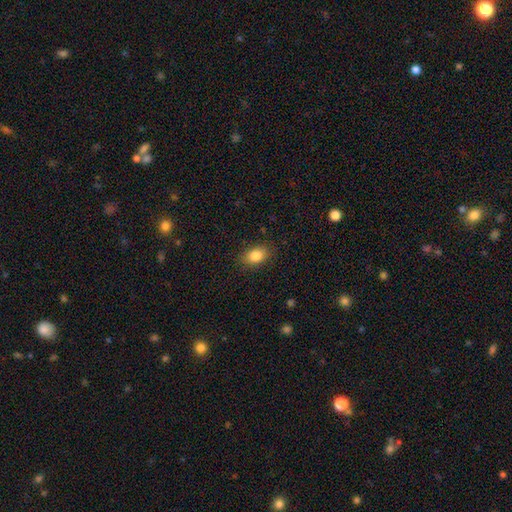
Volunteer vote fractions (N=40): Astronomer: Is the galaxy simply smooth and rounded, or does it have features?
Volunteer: smooth — 88%.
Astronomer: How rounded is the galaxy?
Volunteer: in between — 86%.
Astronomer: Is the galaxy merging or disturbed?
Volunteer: none — 89%.